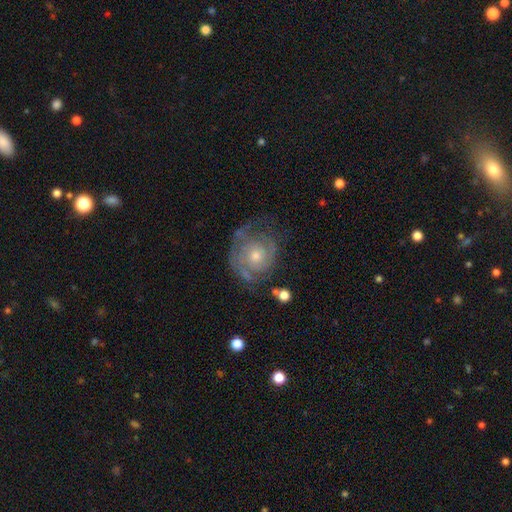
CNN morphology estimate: This appears to be a featured or disk galaxy (78%) with no bar (80%), 2 (41%) tight (64%) spiral arms (87%) and a moderate central bulge (51%). Merging: none (60%).